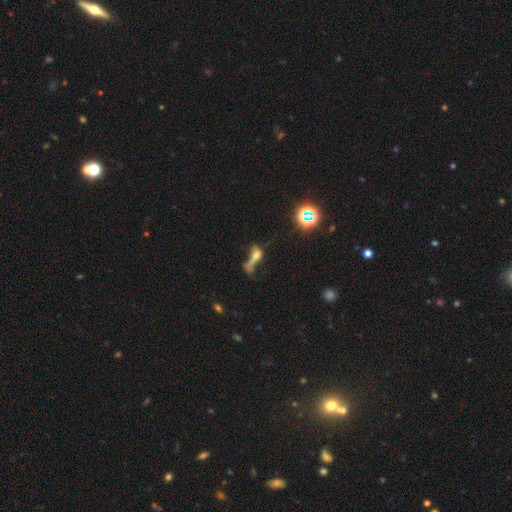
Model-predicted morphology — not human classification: A smooth galaxy with no disk features (46%). Merging: major disturbance (39%).